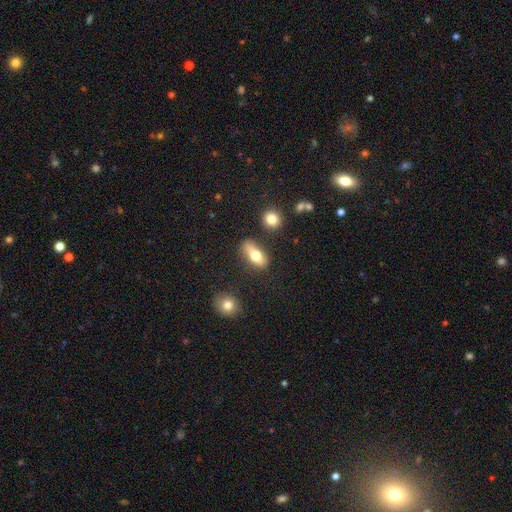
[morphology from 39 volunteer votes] This is likely a smooth galaxy (74%). How rounded: likely in between (69%). Merging: likely none (73%).